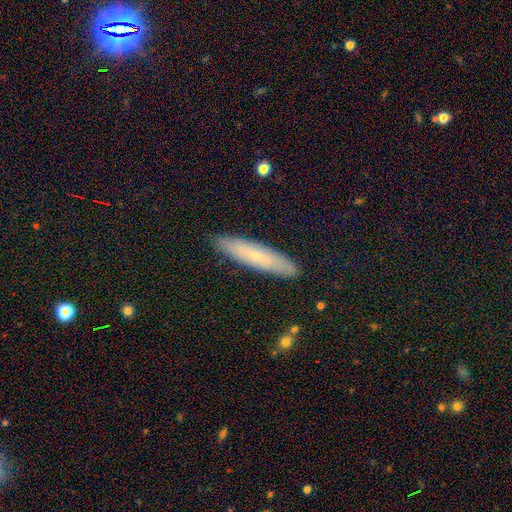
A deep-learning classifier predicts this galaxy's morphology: This appears to be a smooth galaxy with no disk features (60%) that is cigar-shaped (84%). Merging: none (89%).